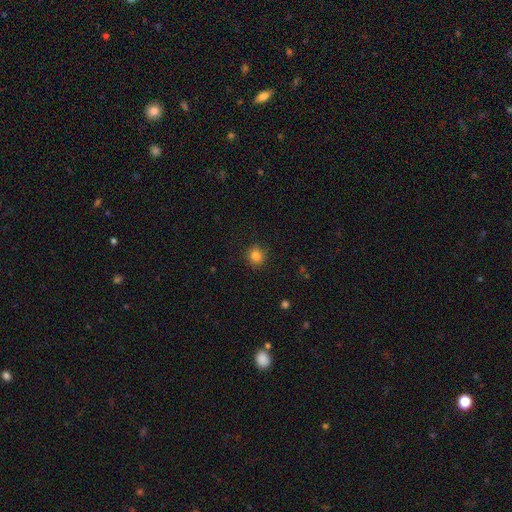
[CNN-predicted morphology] This appears to be a smooth galaxy with no disk features (84%) that is round (88%). Merging: none (89%).